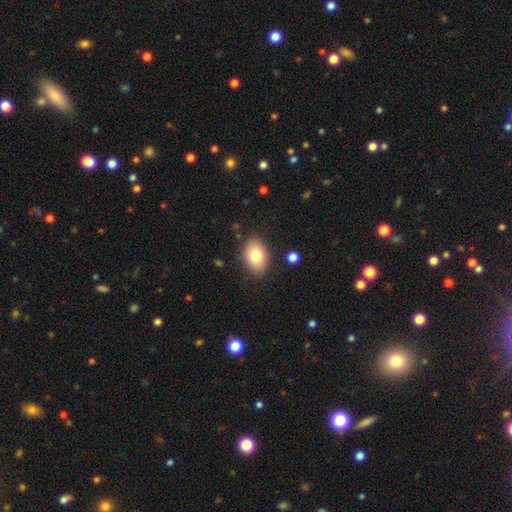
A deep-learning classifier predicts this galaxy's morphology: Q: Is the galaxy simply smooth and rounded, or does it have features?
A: smooth — 81%.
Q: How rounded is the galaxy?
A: in between — 79%.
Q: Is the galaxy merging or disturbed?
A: none — 84%.